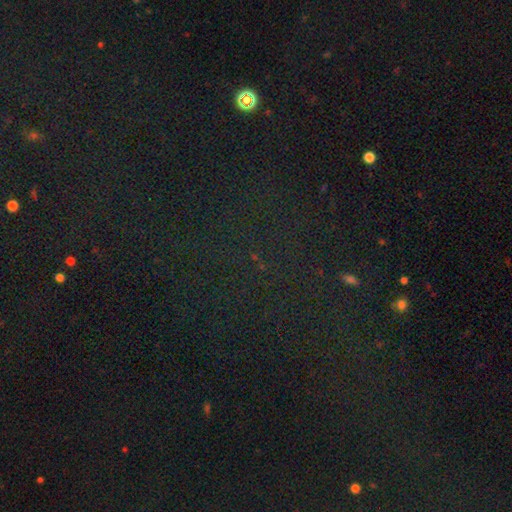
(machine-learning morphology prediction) A star or artifact, not a galaxy (78%).

Vote fractions:
- Smooth or featured? star or artifact: 78% / smooth: 14% / featured or disk: 8%